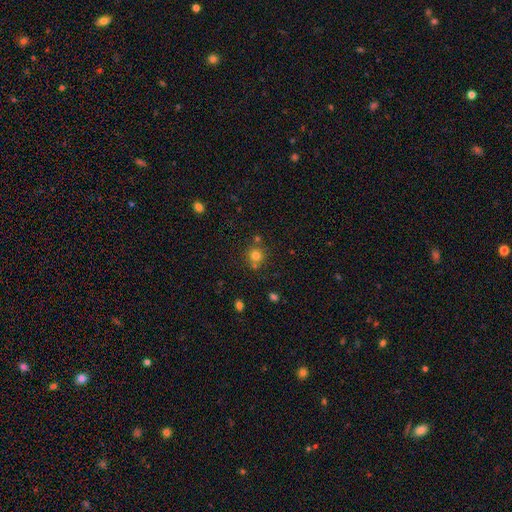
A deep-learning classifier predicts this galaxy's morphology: This is likely a smooth galaxy (76%). How rounded: clearly round (91%). Merging: likely none (70%).